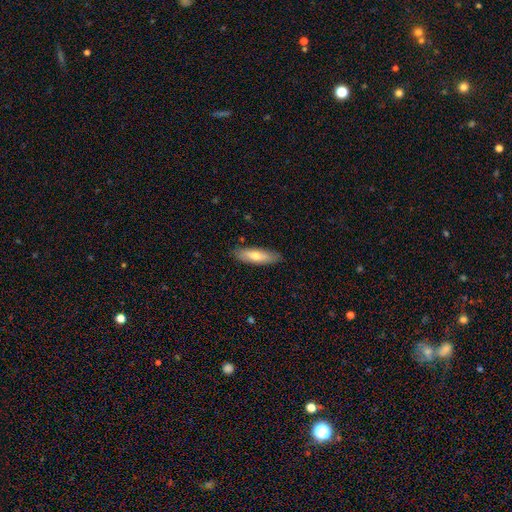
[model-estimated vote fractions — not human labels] This appears to be a smooth galaxy with no disk features (63%) that is cigar-shaped (49%, tied with in between). Merging: none (86%).